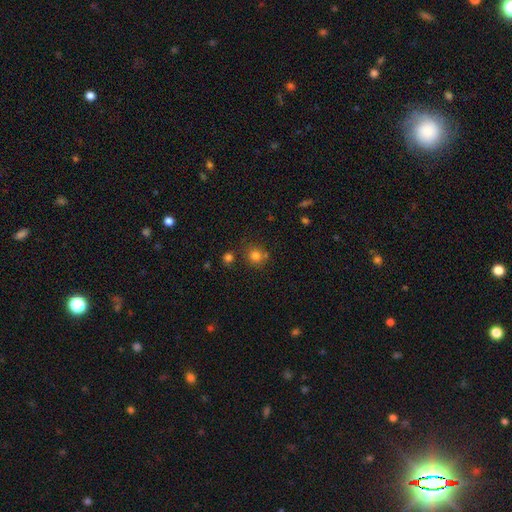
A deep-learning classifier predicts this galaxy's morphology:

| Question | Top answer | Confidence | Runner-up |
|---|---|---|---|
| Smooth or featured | smooth | 79% | star or artifact (14%) |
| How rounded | round | 87% | in between (12%) |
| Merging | none | 71% | merger (13%) |